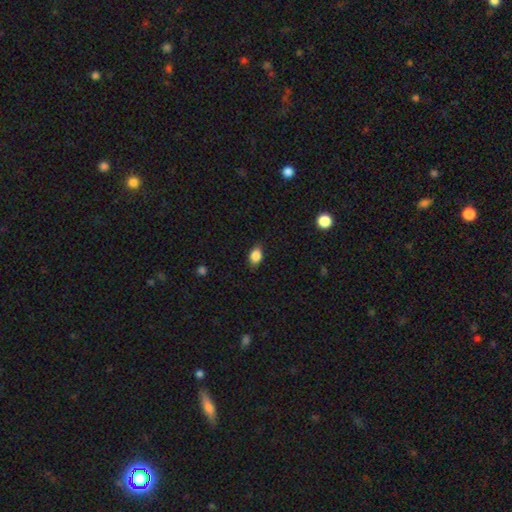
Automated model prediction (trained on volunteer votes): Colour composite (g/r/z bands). It shows a smooth galaxy with no disk features (85%) that is in between round and cigar-shaped (78%). Merging: none (80%).